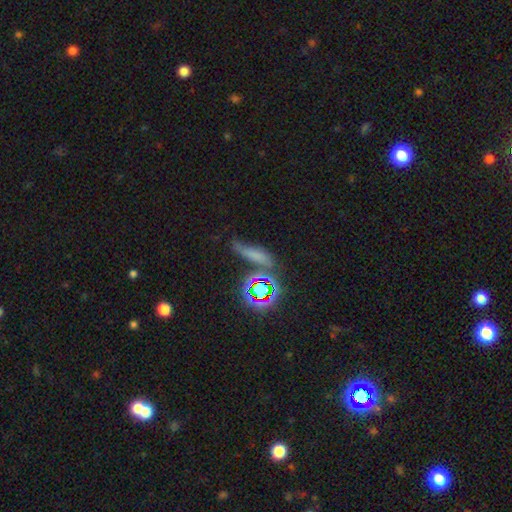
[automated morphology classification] A smooth galaxy with no disk features (51%) that is cigar-shaped (60%). Merging: none (52%).